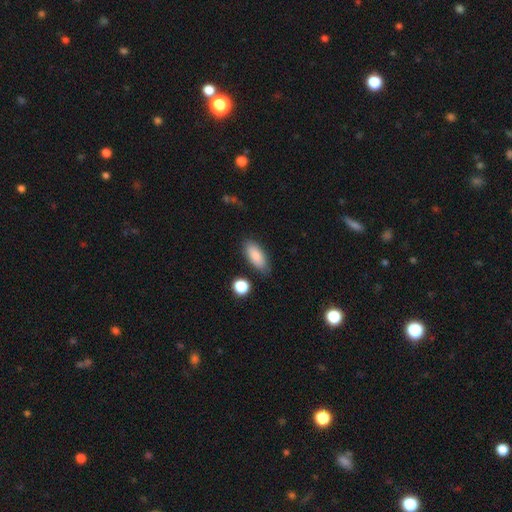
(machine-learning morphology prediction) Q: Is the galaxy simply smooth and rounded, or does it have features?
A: smooth — 85%.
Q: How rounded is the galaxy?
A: in between — 83%.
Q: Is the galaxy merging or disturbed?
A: none — 80%.